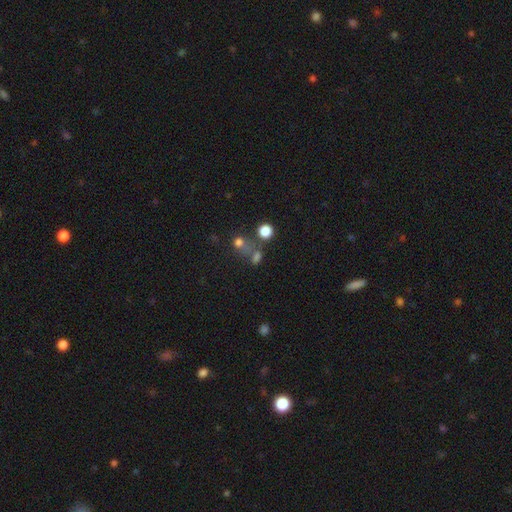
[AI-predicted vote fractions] Smooth or featured? smooth (51%)
How rounded? round (73%)
Merging? none (50%)